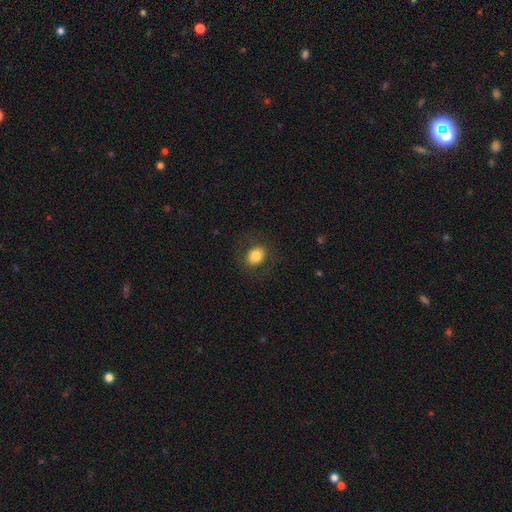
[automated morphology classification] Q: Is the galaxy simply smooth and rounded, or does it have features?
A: smooth — 81%.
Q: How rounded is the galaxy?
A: round — 52%.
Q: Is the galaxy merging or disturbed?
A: none — 83%.